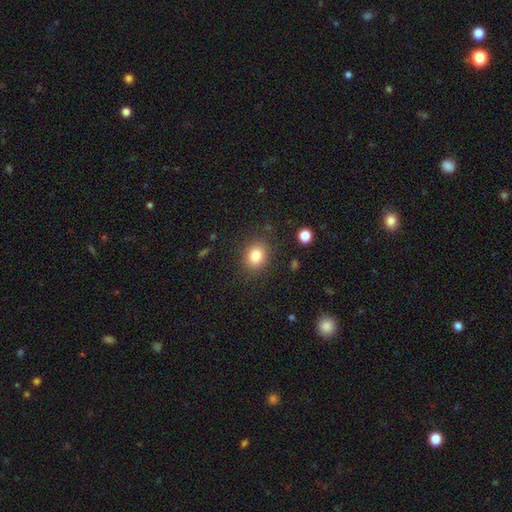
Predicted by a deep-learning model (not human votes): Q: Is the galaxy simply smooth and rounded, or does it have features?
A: smooth — 81%.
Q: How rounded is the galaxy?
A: round — 61%.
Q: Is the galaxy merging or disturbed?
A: none — 85%.